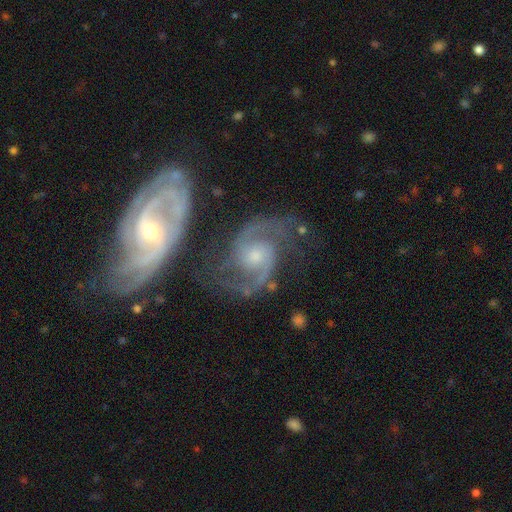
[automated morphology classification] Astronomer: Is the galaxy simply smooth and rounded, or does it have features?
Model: featured or disk — 91%.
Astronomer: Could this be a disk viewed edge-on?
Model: no — 97%.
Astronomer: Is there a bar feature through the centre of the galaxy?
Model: no — 56% (runner-up: weak, 36%).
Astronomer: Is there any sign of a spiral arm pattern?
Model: yes — 98%.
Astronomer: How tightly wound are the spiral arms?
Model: medium — 58%.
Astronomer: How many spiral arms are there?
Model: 2 — 90%.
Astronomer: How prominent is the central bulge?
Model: small — 45%, tied with moderate at 45%.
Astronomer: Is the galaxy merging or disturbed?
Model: none — 63%.